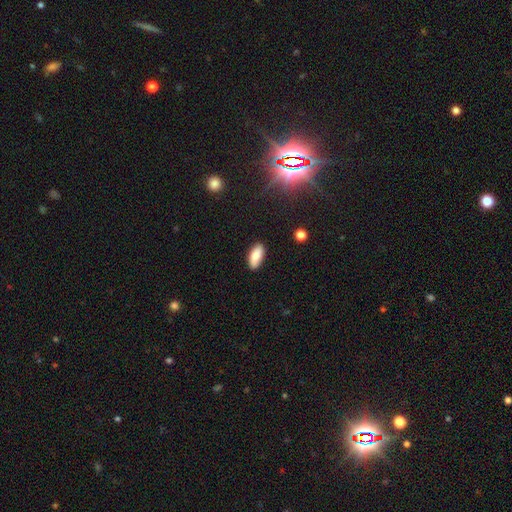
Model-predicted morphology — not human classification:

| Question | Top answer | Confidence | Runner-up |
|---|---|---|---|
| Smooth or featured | smooth | 82% | featured or disk (10%) |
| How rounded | in between | 88% | cigar-shaped (10%) |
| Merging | none | 85% | minor disturbance (12%) |